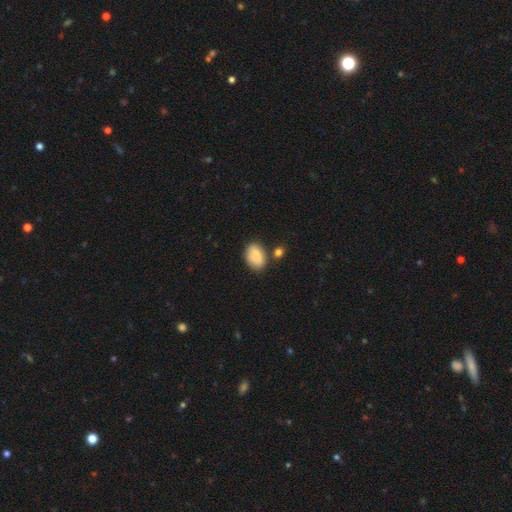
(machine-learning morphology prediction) Smooth or featured? Predicted: smooth (p=0.84). How rounded? Predicted: in between (p=0.85). Merging? Predicted: none (p=0.66).